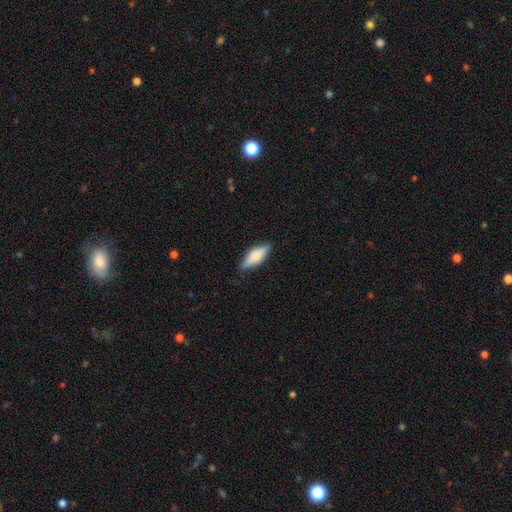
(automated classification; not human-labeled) Smooth or featured?
  - smooth: 54% *
  - featured or disk: 40%
  - star or artifact: 6%
How rounded?
  - in between: 60% *
  - cigar-shaped: 37%
  - round: 3%
Merging?
  - none: 83% *
  - minor disturbance: 13%
  - major disturbance: 3%
  - merger: 1%